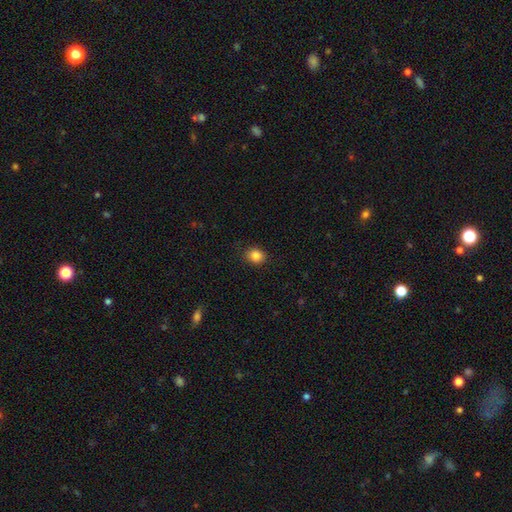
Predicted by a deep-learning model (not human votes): Smooth or featured? smooth (85%)
How rounded? round (66%)
Merging? none (88%)